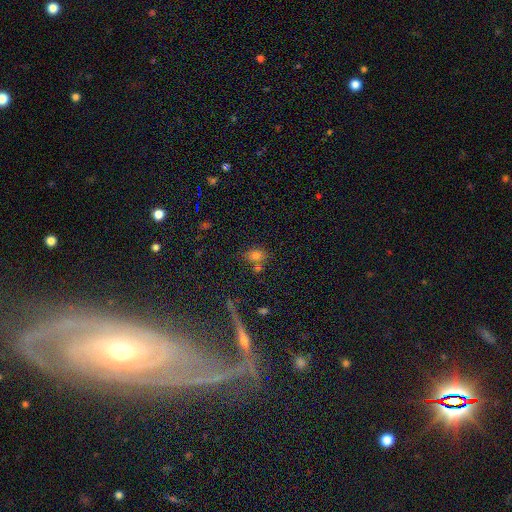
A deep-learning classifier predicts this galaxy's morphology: The model was most divided on "how rounded": in between: 56%, round: 41%, cigar-shaped: 3%. More confident: smooth or featured — smooth (72%); merging — none (62%).